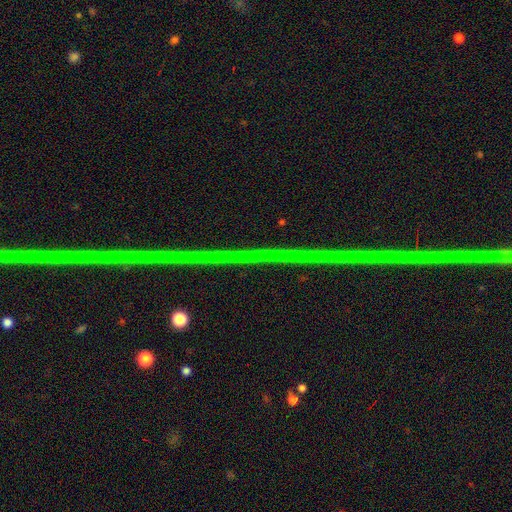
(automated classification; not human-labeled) Smooth or featured? star or artifact (88%)